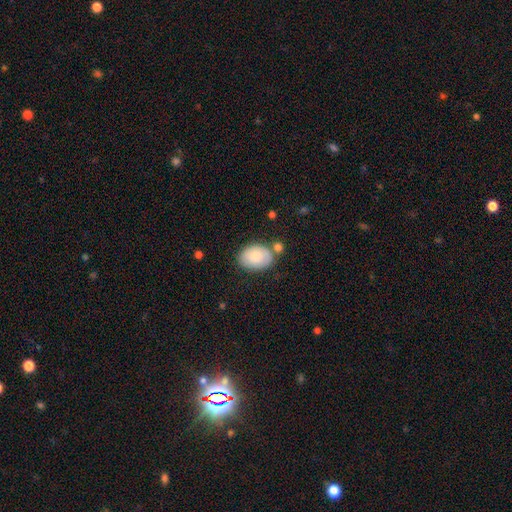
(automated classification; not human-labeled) This is likely a smooth galaxy (78%). How rounded: clearly in between (84%). Merging: likely none (68%).